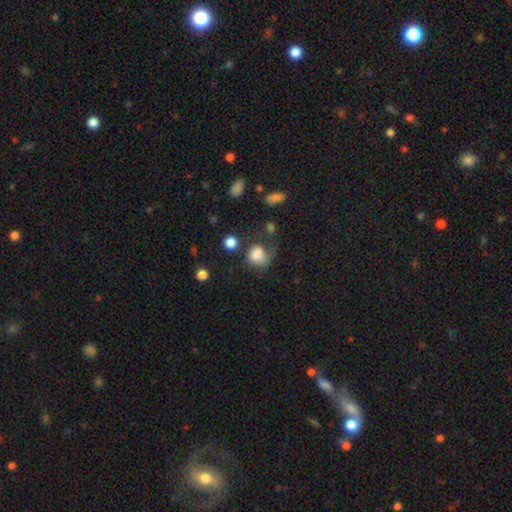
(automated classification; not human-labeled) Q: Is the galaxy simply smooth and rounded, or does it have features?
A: smooth — 77%.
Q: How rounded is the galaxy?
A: round — 58%.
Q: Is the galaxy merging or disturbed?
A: major disturbance — 36%.